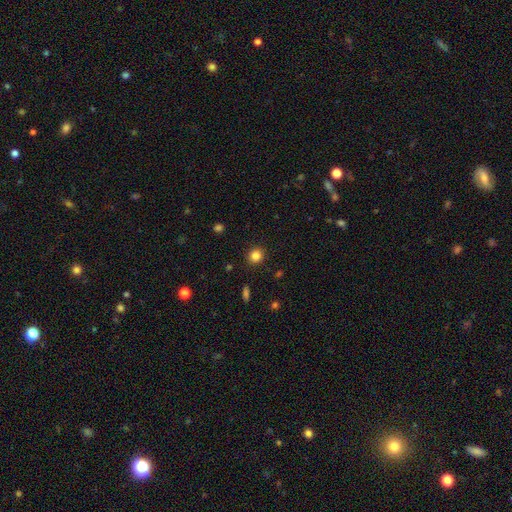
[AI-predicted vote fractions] Overall: smooth (83%). How rounded: round (86%). Merging: none (90%).